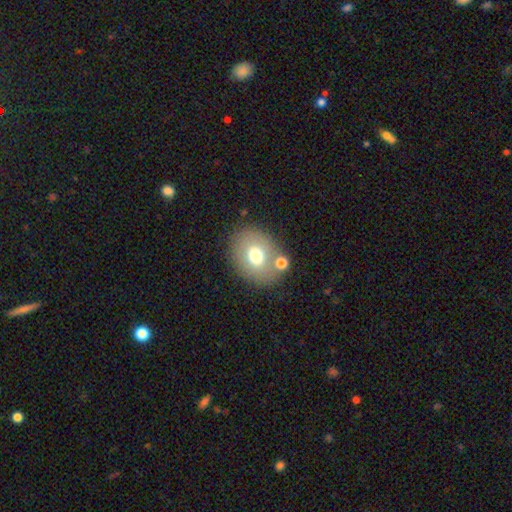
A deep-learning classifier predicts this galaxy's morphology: This is likely a smooth galaxy (69%). How rounded: possibly in between (50%). Merging: likely none (76%).